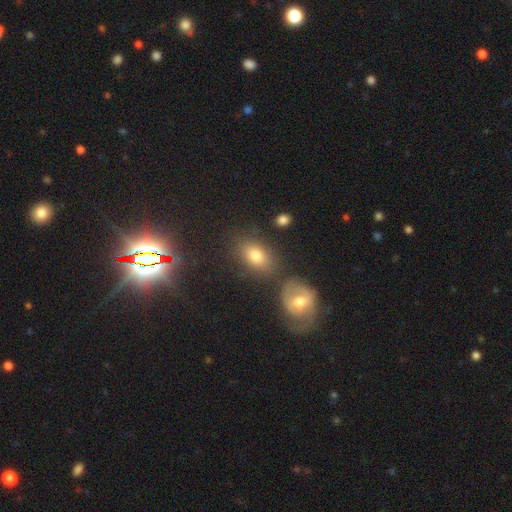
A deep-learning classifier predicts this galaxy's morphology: Overall: smooth (67%). How rounded: in between (81%). Merging: none (71%).